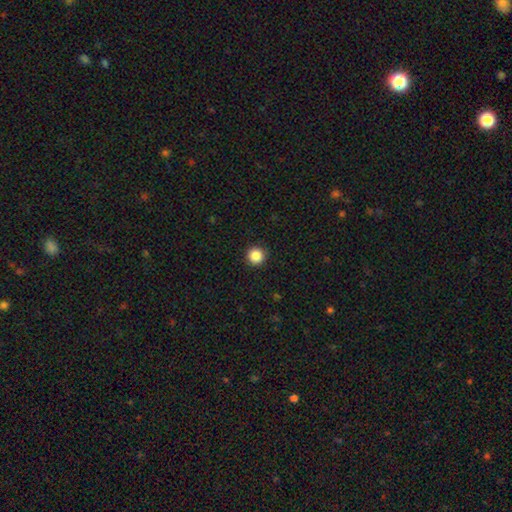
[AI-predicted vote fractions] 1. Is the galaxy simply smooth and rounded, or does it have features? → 87% smooth, 10% star or artifact, 3% featured or disk.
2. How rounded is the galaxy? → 96% round, 3% in between, 1% cigar-shaped.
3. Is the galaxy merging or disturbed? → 93% none, 4% minor disturbance, 2% major disturbance, 1% merger.